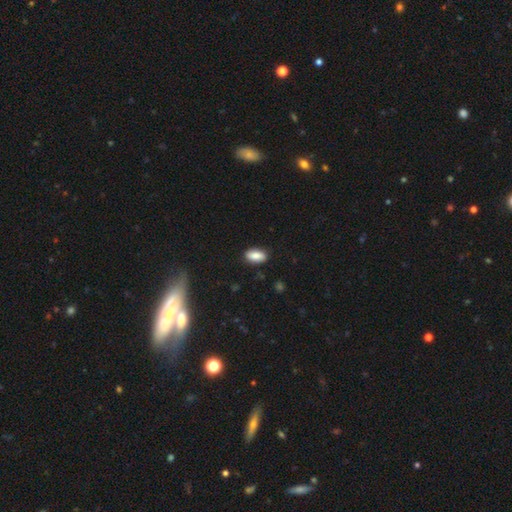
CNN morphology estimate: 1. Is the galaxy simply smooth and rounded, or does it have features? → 85% smooth, 8% featured or disk, 7% star or artifact.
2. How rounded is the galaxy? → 90% in between, 7% cigar-shaped, 4% round.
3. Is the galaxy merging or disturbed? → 86% none, 10% minor disturbance, 2% major disturbance, 1% merger.